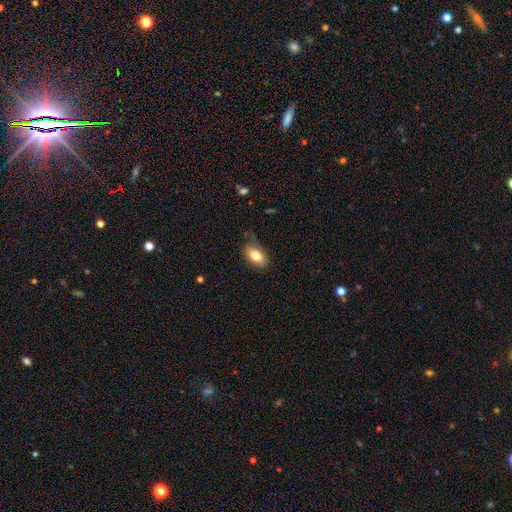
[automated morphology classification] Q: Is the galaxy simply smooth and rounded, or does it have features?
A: smooth — 80%.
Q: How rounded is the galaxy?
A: in between — 91%.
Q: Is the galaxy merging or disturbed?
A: none — 72%.